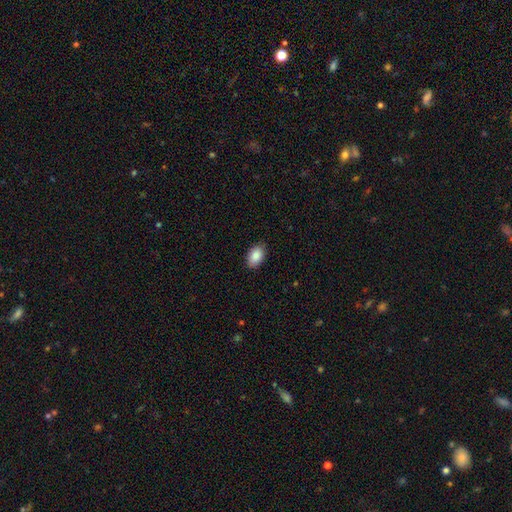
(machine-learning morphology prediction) This is clearly a smooth galaxy (88%). How rounded: clearly in between (91%). Merging: clearly none (87%).